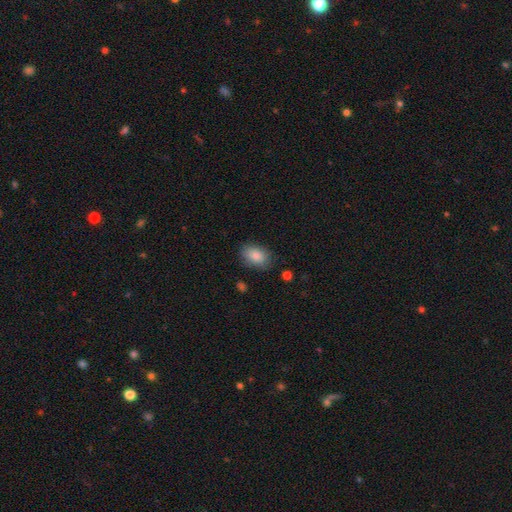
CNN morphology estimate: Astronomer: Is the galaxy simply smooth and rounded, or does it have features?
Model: smooth — 86%.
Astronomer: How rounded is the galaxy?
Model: in between — 84%.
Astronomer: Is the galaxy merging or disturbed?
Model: none — 80%.